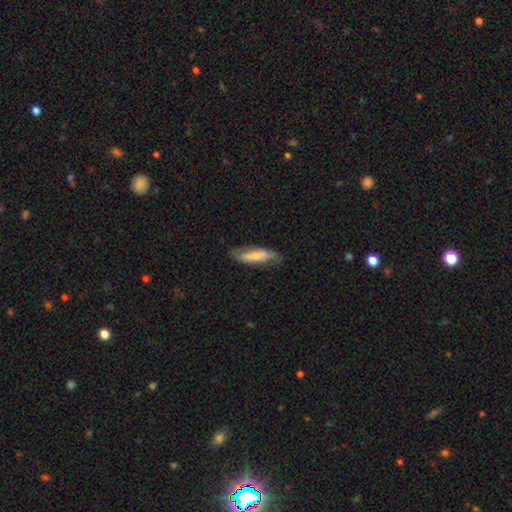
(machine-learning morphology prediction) type=smooth (59%); roundness=cigar-shaped (60%); merging=none (70%).